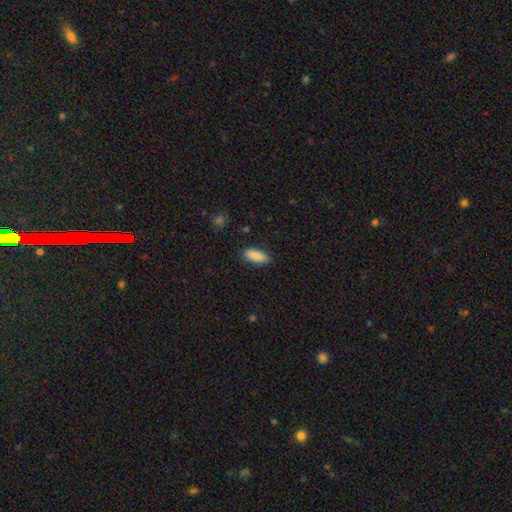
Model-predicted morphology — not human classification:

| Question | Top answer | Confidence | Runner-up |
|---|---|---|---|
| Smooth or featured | smooth | 86% | featured or disk (7%) |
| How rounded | in between | 80% | cigar-shaped (18%) |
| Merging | none | 87% | minor disturbance (10%) |